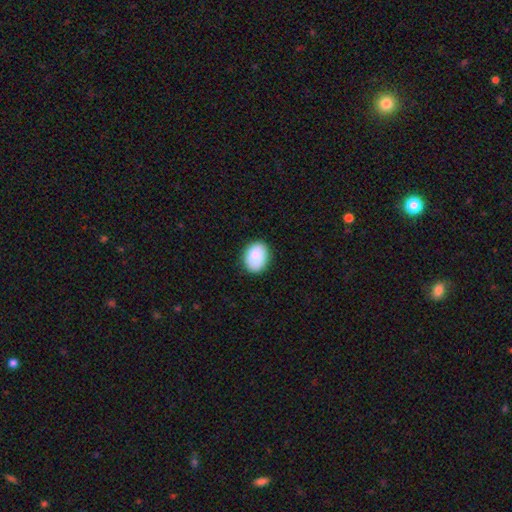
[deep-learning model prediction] smooth_or_featured: smooth (p=0.86) [alt: featured or disk p=0.07]
how_rounded: in between (p=0.67) [alt: round p=0.32]
merging: none (p=0.81) [alt: minor disturbance p=0.15]